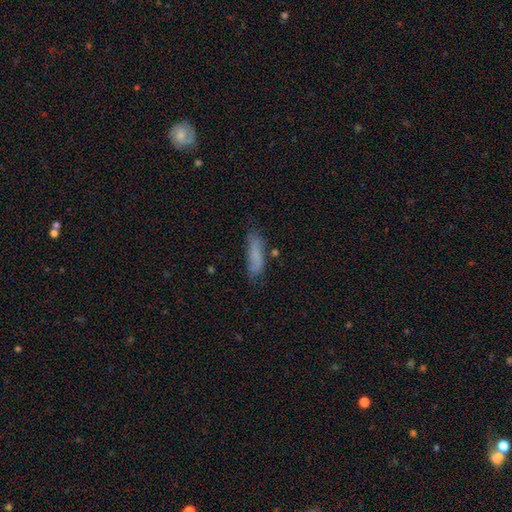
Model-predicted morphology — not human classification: type=smooth (74%); roundness=cigar-shaped (62%); merging=none (62%).